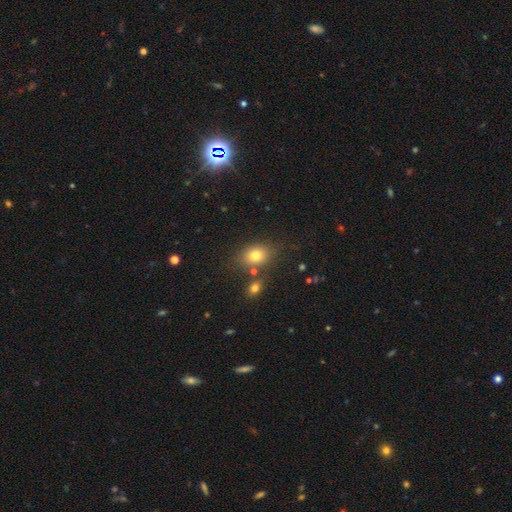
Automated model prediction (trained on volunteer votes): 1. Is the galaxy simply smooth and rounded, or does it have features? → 76% smooth, 13% star or artifact, 11% featured or disk.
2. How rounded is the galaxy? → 61% in between, 37% round, 1% cigar-shaped.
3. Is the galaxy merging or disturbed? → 71% none, 13% minor disturbance, 12% merger, 4% major disturbance.